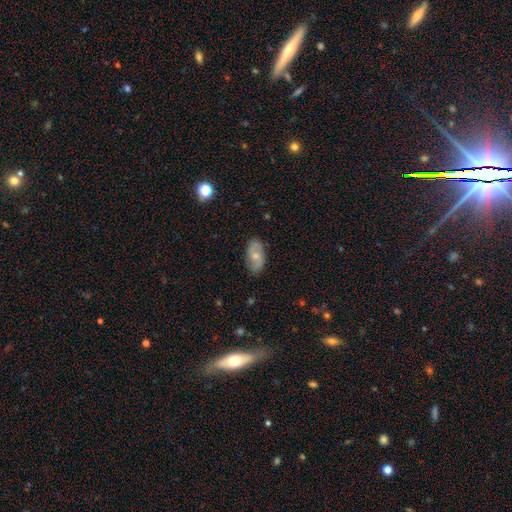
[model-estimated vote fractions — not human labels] This appears to be a smooth galaxy with no disk features (47%). Merging: none (82%).